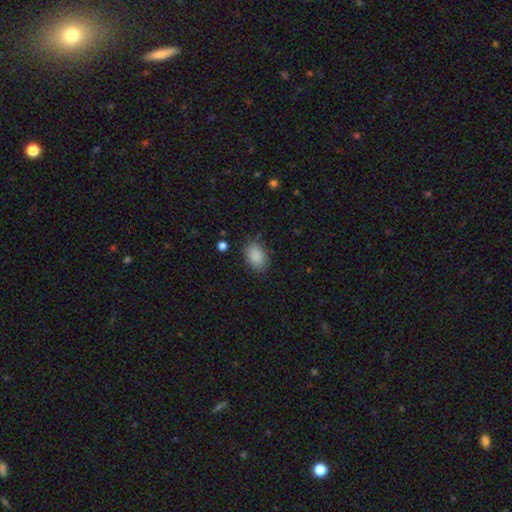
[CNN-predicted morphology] Smooth or featured? Predicted: smooth (p=0.88). How rounded? Predicted: in between (p=0.88). Merging? Predicted: none (p=0.79).